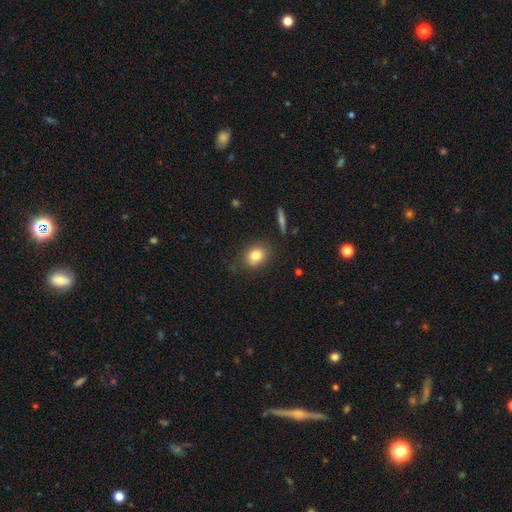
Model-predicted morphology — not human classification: This appears to be a smooth galaxy with no disk features (80%) that is round (51%). Merging: none (81%).